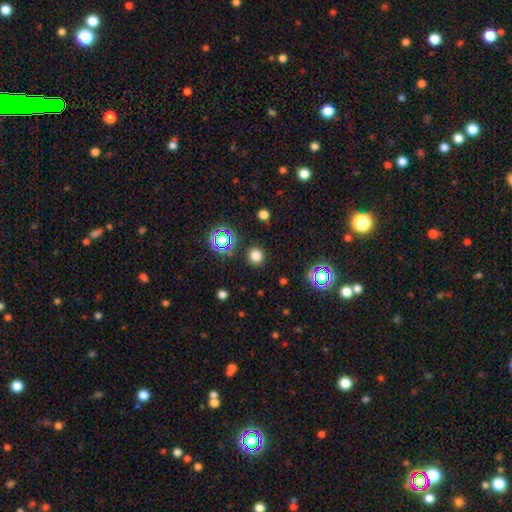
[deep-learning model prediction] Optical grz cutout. It shows a smooth galaxy with no disk features (76%) that is round (94%). Merging: none (89%).